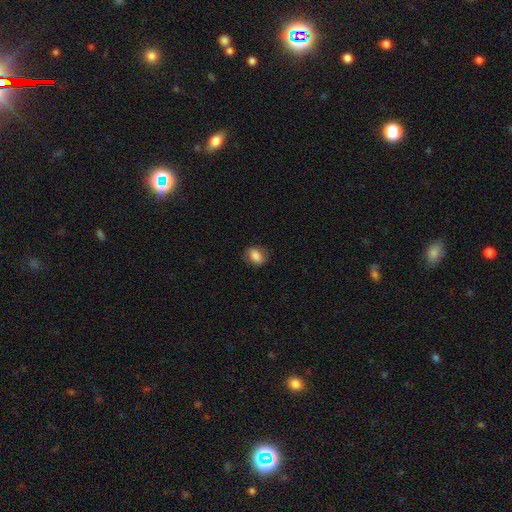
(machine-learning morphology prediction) type=smooth (81%); roundness=in between (69%); merging=none (79%).